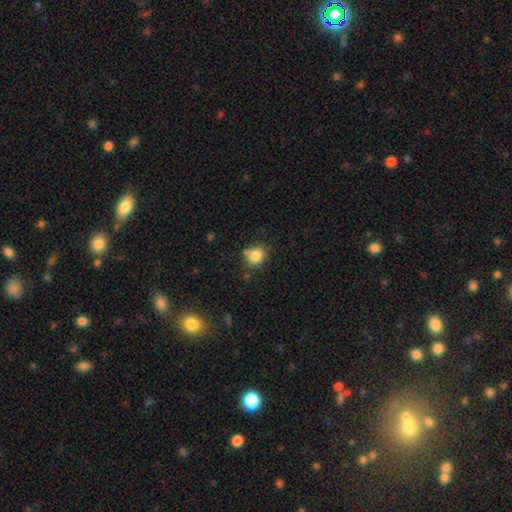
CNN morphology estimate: smooth_or_featured: smooth (p=0.81) [alt: star or artifact p=0.11]
how_rounded: round (p=0.64) [alt: in between p=0.35]
merging: none (p=0.59) [alt: minor disturbance p=0.24]